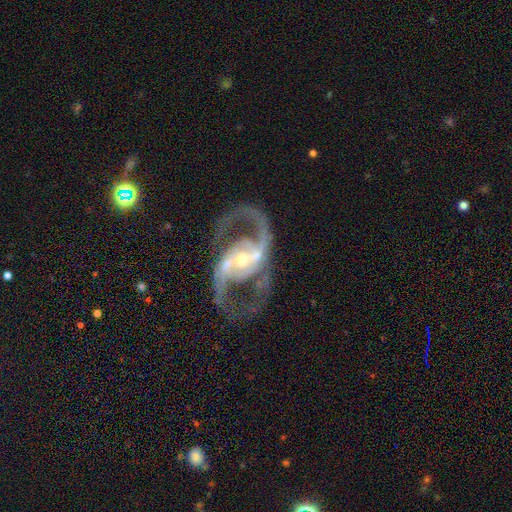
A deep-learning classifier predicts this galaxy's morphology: smooth-or-featured: featured or disk: 91% | star or artifact: 5% | smooth: 4%
  disk-edge-on: no: 97% | yes: 3%
    bar: strong: 41% | weak: 33% | no: 26%
    has-spiral-arms: yes: 94% | no: 6%
      spiral-winding: medium: 54% | loose: 32% | tight: 14%
      spiral-arm-count: 2: 92% | can't tell: 3% | 1: 2% | 3: 2% | 4: 1% | more than 4: 1%
    bulge-size: small: 53% | moderate: 42% | large: 3% | none: 1% | dominant: 1%
  merging: none: 62% | major disturbance: 18% | minor disturbance: 15% | merger: 5%